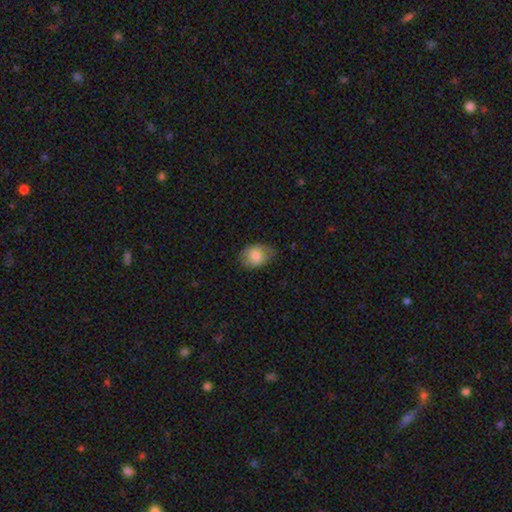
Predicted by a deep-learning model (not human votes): Smooth or featured: smooth — 79% (featured or disk — 14%)
How rounded: in between — 74% (round — 24%)
Merging: none — 68% (minor disturbance — 25%)